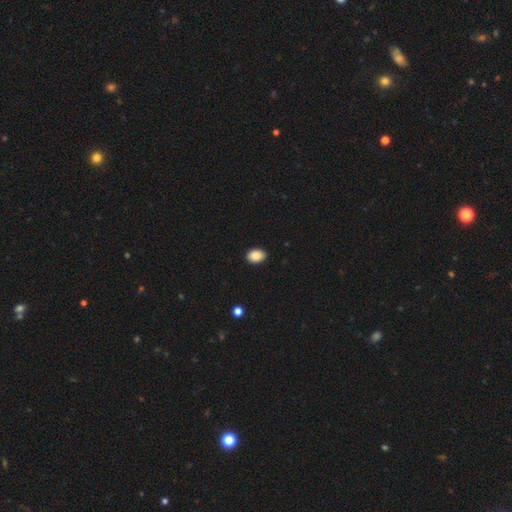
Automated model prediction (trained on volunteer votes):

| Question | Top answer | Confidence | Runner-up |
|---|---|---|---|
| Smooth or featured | smooth | 88% | star or artifact (8%) |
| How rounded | in between | 78% | round (21%) |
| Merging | none | 90% | minor disturbance (8%) |